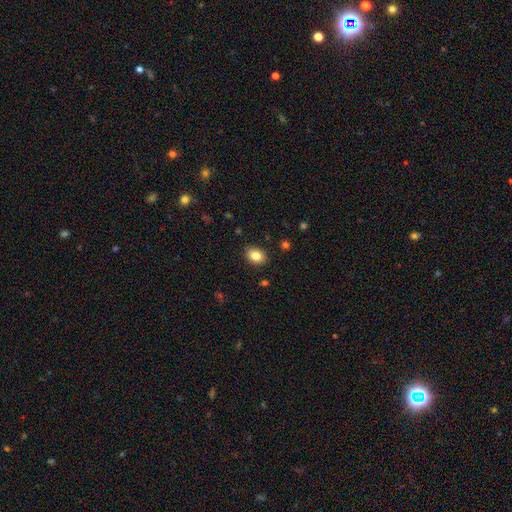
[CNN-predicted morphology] Smooth or featured: smooth — 83% (star or artifact — 9%)
How rounded: in between — 69% (round — 30%)
Merging: none — 88% (minor disturbance — 9%)